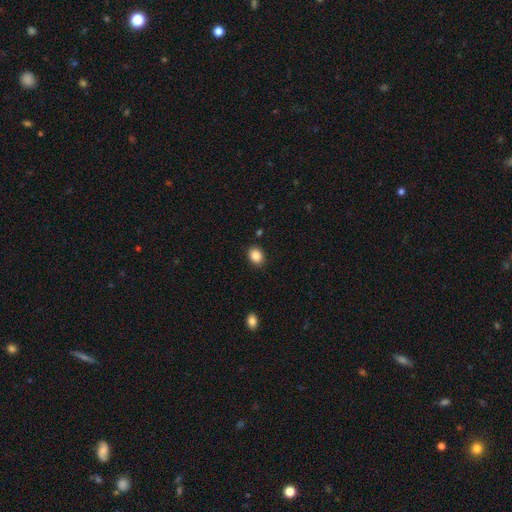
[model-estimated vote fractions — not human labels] Smooth or featured? Predicted: smooth (p=0.87). How rounded? Predicted: round (p=0.51). Merging? Predicted: none (p=0.88).